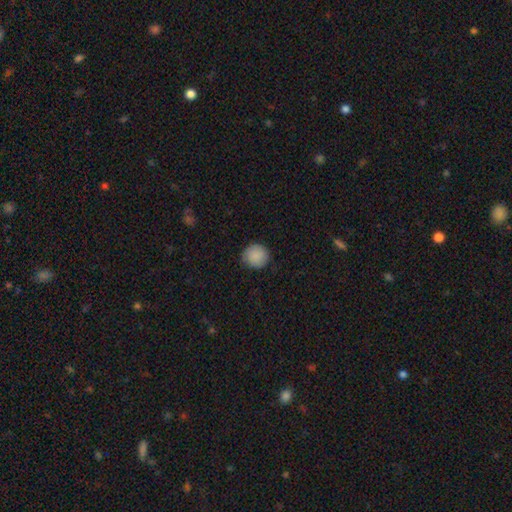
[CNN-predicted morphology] Smooth or featured: smooth — 89% (star or artifact — 7%)
How rounded: round — 89% (in between — 10%)
Merging: none — 87% (minor disturbance — 10%)